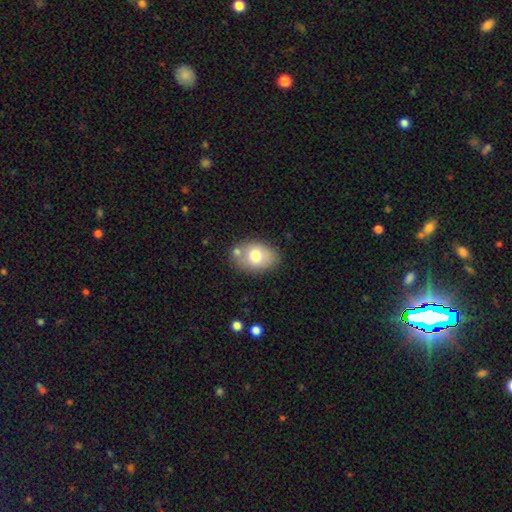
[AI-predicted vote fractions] A smooth galaxy with no disk features (74%) that is in between round and cigar-shaped (80%). Merging: none (69%).